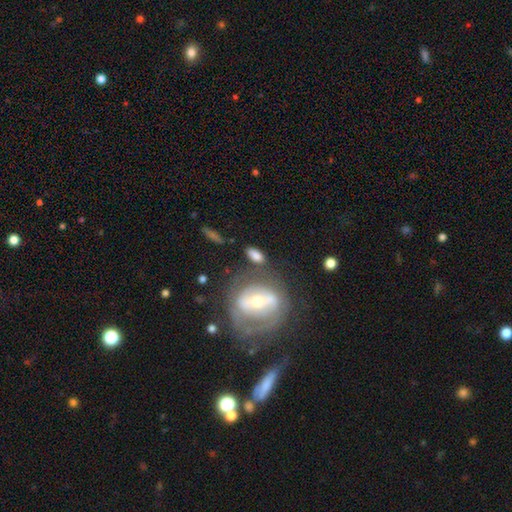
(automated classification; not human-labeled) smooth 70%, featured or disk 22%, star or artifact 8%. Down the decision tree: how rounded — in between (78%); merging — none (63%).